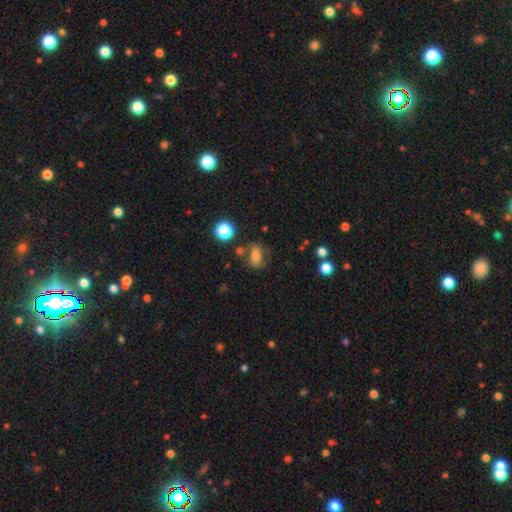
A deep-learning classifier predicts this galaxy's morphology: smooth 58%, featured or disk 28%, star or artifact 14%. Down the decision tree: how rounded — in between (65%); merging — none (62%).